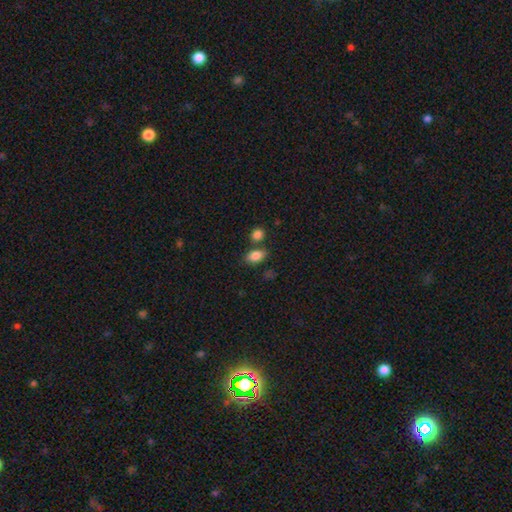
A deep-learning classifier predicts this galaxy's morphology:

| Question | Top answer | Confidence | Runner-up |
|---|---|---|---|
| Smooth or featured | smooth | 85% | star or artifact (9%) |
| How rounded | in between | 85% | round (12%) |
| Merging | none | 70% | merger (15%) |